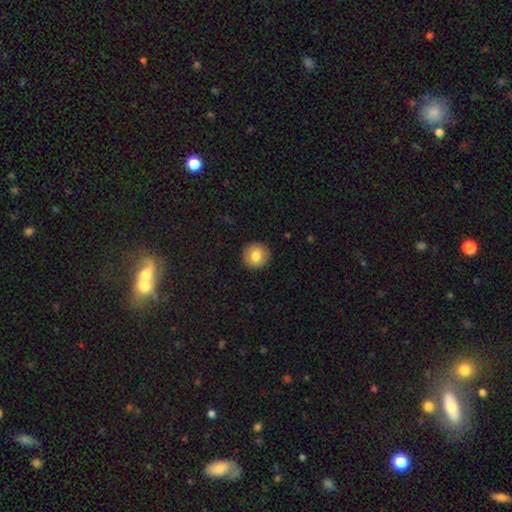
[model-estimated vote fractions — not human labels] Morphology: type=smooth (81%); roundness=round (93%); merging=none (92%).